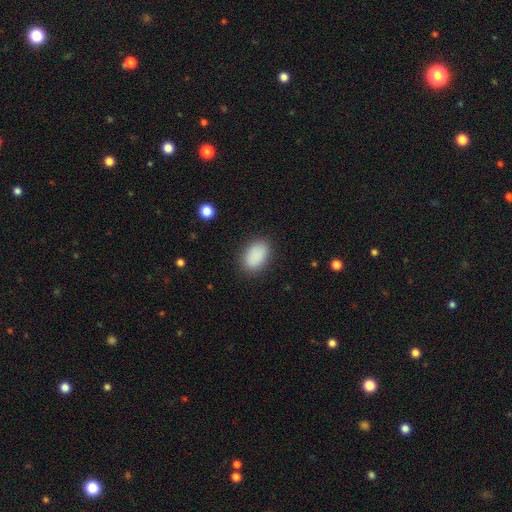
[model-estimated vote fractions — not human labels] Smooth or featured? smooth (89%)
How rounded? in between (90%)
Merging? none (86%)